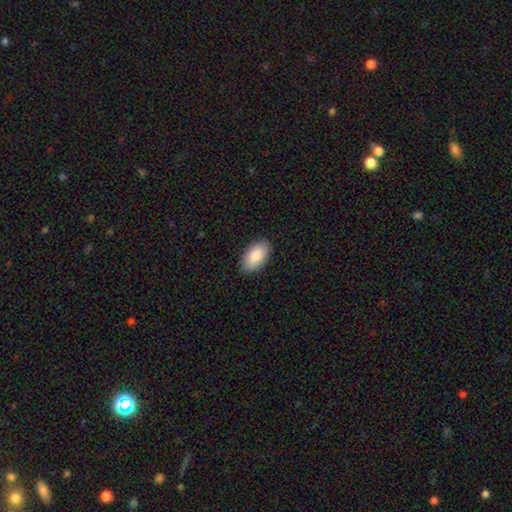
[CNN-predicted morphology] Q: Smooth or featured?
A: smooth (88%); runner-up: featured or disk (6%)
Q: How rounded?
A: in between (96%); runner-up: round (3%)
Q: Merging?
A: none (89%); runner-up: minor disturbance (8%)